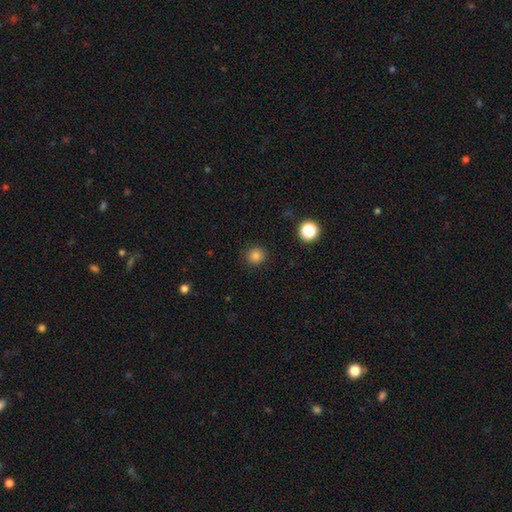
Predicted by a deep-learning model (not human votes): Morphology: type=smooth (83%); roundness=round (92%); merging=none (90%).